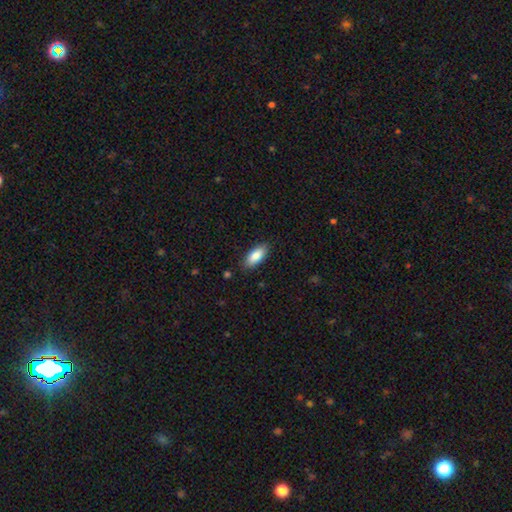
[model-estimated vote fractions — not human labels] Smooth or featured?
  - smooth: 86% *
  - featured or disk: 8%
  - star or artifact: 6%
How rounded?
  - in between: 86% *
  - cigar-shaped: 12%
  - round: 2%
Merging?
  - none: 86% *
  - minor disturbance: 11%
  - major disturbance: 2%
  - merger: 1%